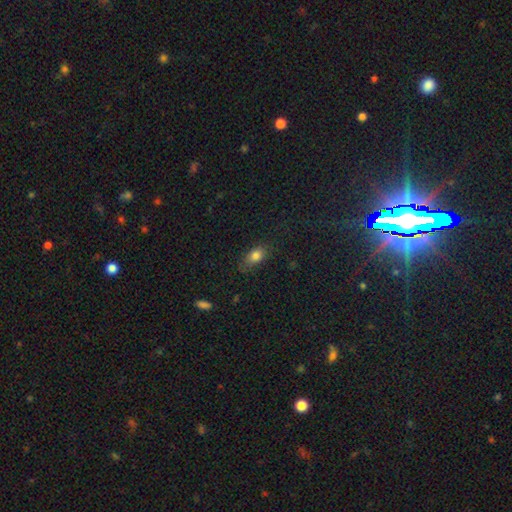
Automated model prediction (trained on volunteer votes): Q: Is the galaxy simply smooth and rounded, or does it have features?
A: smooth — 81%.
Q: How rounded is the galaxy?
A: in between — 81%.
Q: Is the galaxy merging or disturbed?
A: none — 70%.